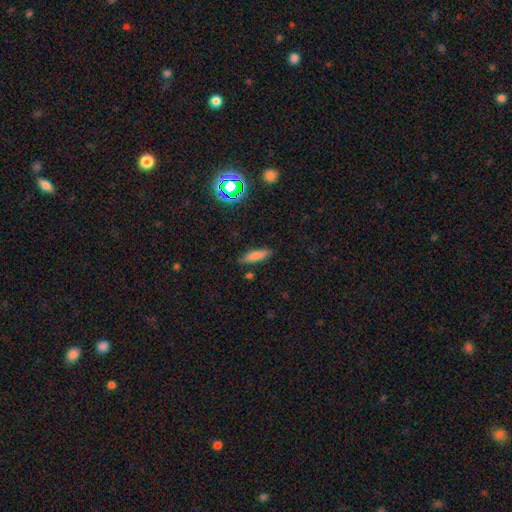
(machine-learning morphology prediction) This appears to be a smooth galaxy with no disk features (77%) that is cigar-shaped (59%). Merging: none (84%).